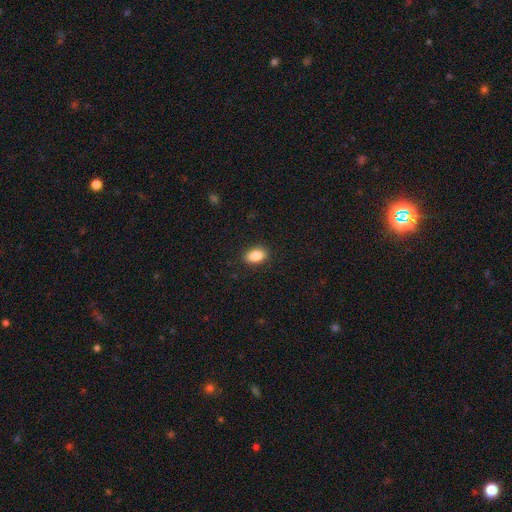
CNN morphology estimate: The model was most divided on "how rounded": in between: 88%, round: 10%, cigar-shaped: 2%. More confident: merging — none (89%); smooth or featured — smooth (86%).